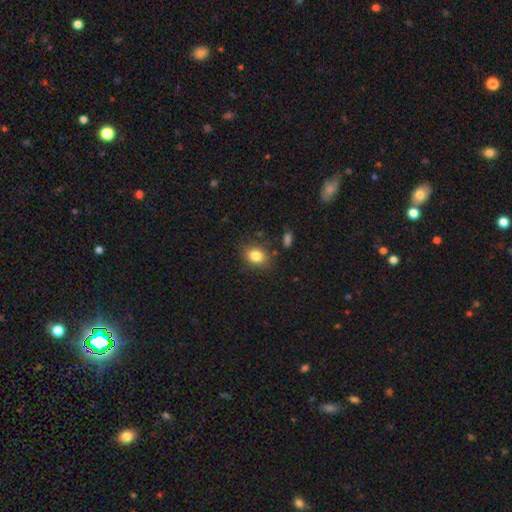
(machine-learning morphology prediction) Smooth or featured? smooth (83%)
How rounded? in between (66%)
Merging? none (80%)